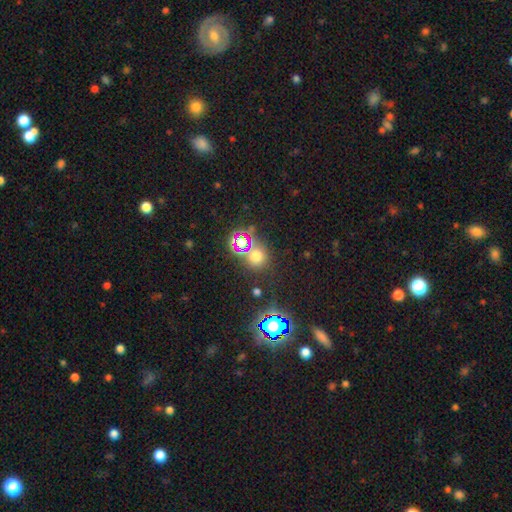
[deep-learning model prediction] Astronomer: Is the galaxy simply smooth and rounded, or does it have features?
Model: smooth — 55% (runner-up: star or artifact, 38%).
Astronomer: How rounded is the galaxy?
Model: round — 86%.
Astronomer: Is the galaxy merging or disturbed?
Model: none — 75%.